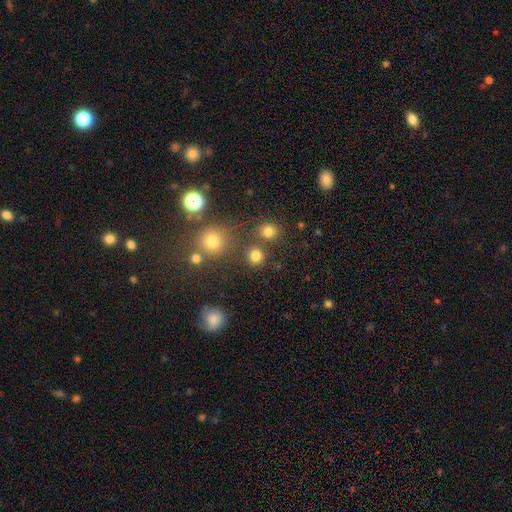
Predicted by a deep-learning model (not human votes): A smooth galaxy with no disk features (79%) that is round (90%).

Vote fractions:
- Smooth or featured? smooth: 79% / star or artifact: 16% / featured or disk: 5%
- How rounded? round: 90% / in between: 9% / cigar-shaped: 1%
- Merging? none: 79% / merger: 11% / minor disturbance: 7% / major disturbance: 3%